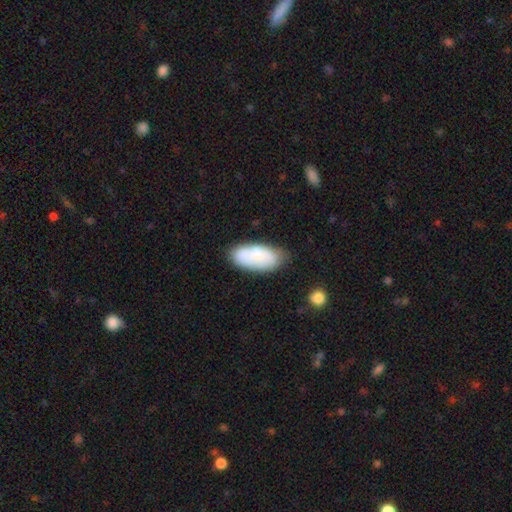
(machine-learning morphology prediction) smooth_or_featured: smooth (p=0.71) [alt: featured or disk p=0.23]
how_rounded: in between (p=0.92) [alt: cigar-shaped p=0.06]
merging: none (p=0.65) [alt: minor disturbance p=0.23]